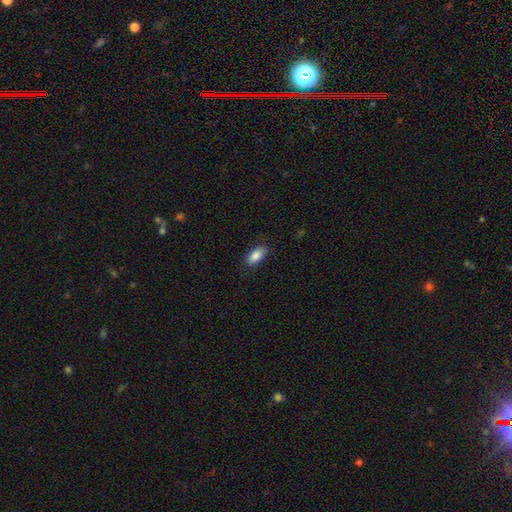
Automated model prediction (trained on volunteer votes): Overall: smooth (87%). How rounded: in between (91%). Merging: none (85%).